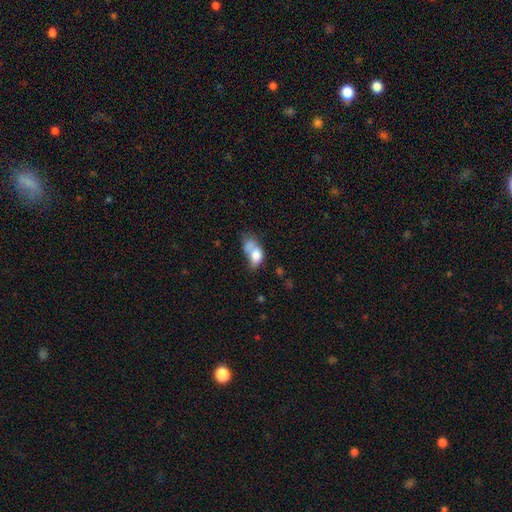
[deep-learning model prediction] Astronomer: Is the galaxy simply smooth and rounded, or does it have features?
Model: smooth — 72%.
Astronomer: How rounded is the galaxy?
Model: in between — 79%.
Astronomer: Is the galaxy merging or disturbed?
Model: merger — 46%.